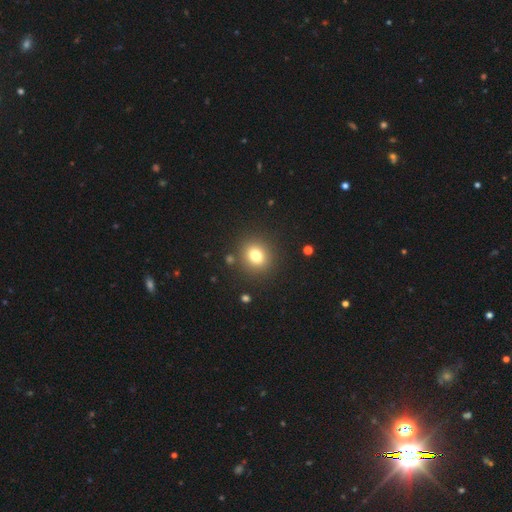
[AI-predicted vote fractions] Smooth or featured? smooth (78%)
How rounded? round (79%)
Merging? none (87%)